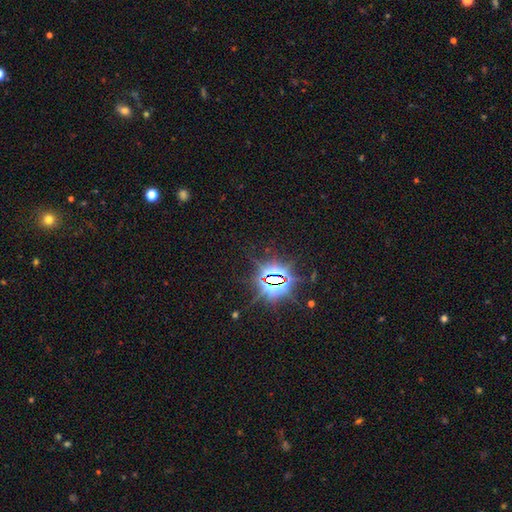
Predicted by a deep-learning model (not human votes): star or artifact 83%, smooth 9%, featured or disk 7%.